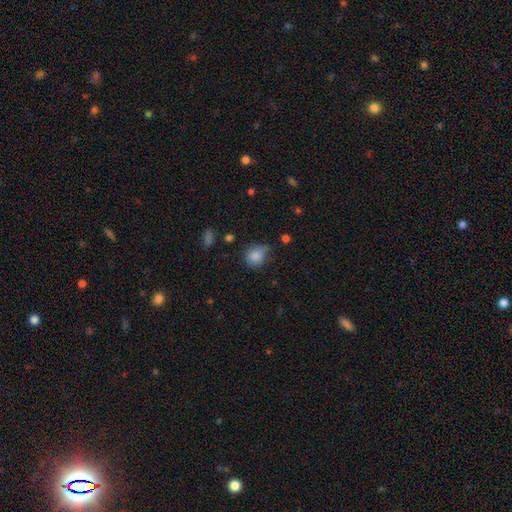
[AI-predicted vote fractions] A smooth galaxy with no disk features (84%) that is round (71%).

Vote fractions:
- Smooth or featured? smooth: 84% / star or artifact: 10% / featured or disk: 6%
- How rounded? round: 71% / in between: 28% / cigar-shaped: 1%
- Merging? none: 53% / minor disturbance: 35% / major disturbance: 9% / merger: 4%